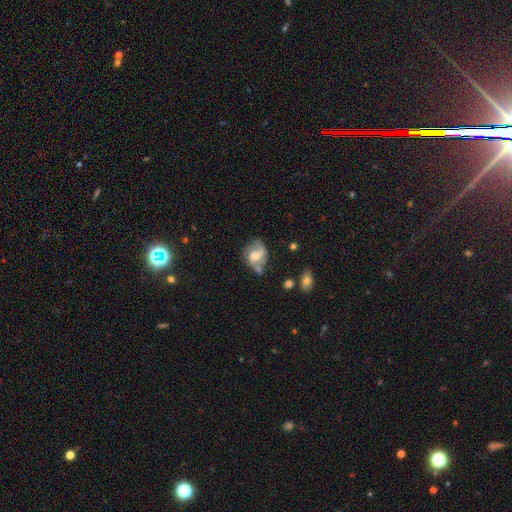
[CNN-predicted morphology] The model was most divided on "bar": no: 49%, weak: 41%, strong: 10%. Remaining: edge-on disk — no (97%); spiral arms — yes (84%); spiral arm count — 2 (74%); smooth or featured — featured or disk (64%); spiral winding — medium (47%); merging — none (45%); bulge size — moderate (40%).